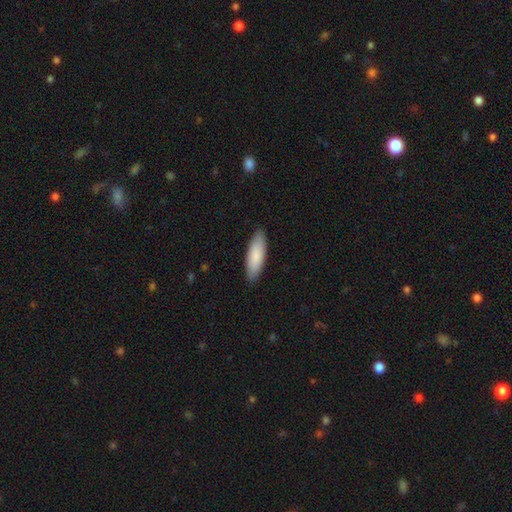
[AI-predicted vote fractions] A smooth galaxy with no disk features (86%) that is in between round and cigar-shaped (56%). Merging: none (89%).